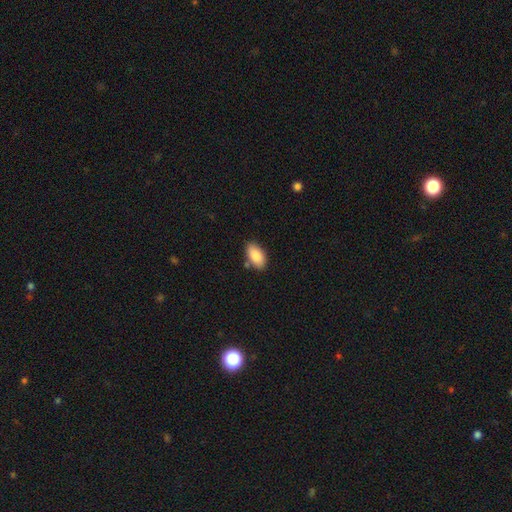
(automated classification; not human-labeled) Q: Smooth or featured?
A: smooth (87%); runner-up: star or artifact (7%)
Q: How rounded?
A: in between (93%); runner-up: round (3%)
Q: Merging?
A: none (80%); runner-up: minor disturbance (13%)